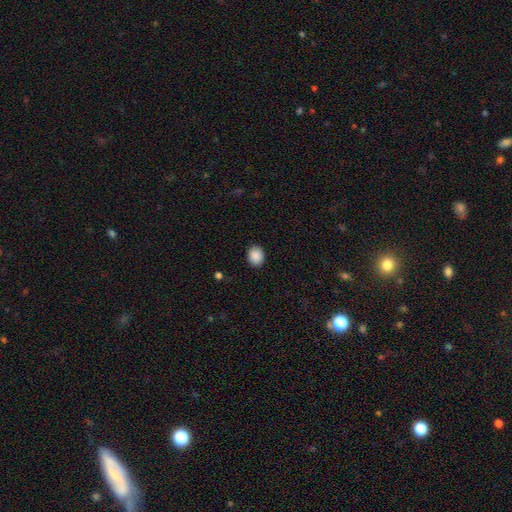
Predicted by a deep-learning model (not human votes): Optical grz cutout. It shows a smooth galaxy with no disk features (89%) that is round (54%). Merging: none (90%).